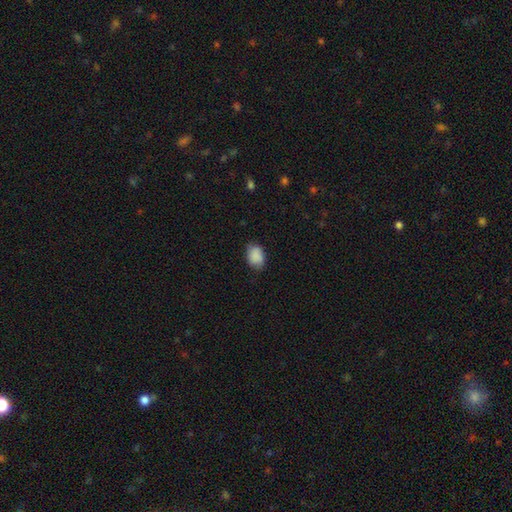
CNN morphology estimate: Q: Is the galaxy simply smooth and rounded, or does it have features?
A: smooth — 89%.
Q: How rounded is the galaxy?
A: in between — 75%.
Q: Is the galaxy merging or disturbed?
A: none — 77%.